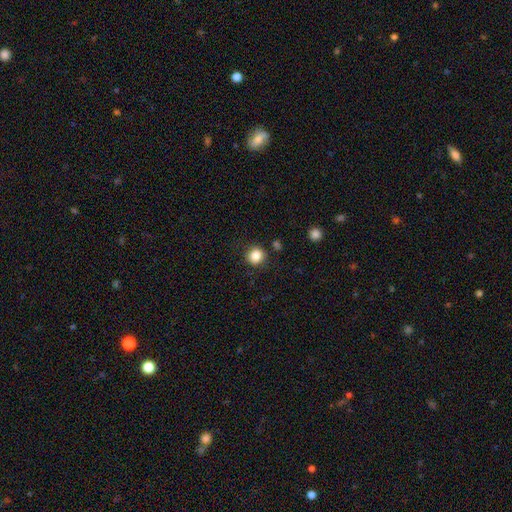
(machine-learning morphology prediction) Q: Smooth or featured?
A: smooth (85%); runner-up: star or artifact (10%)
Q: How rounded?
A: round (87%); runner-up: in between (12%)
Q: Merging?
A: none (85%); runner-up: minor disturbance (10%)